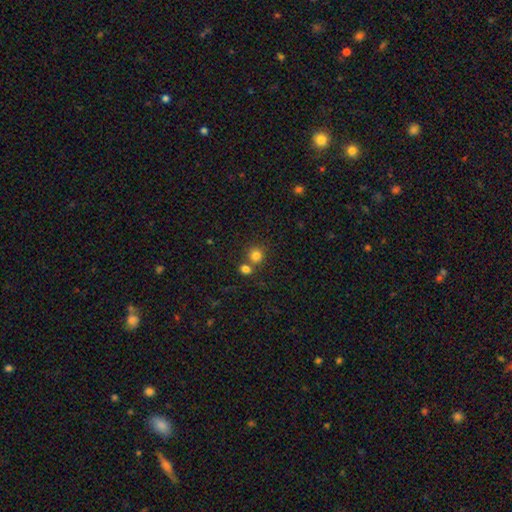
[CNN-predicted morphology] Smooth or featured? Predicted: smooth (p=0.81). How rounded? Predicted: round (p=0.88). Merging? Predicted: none (p=0.62).